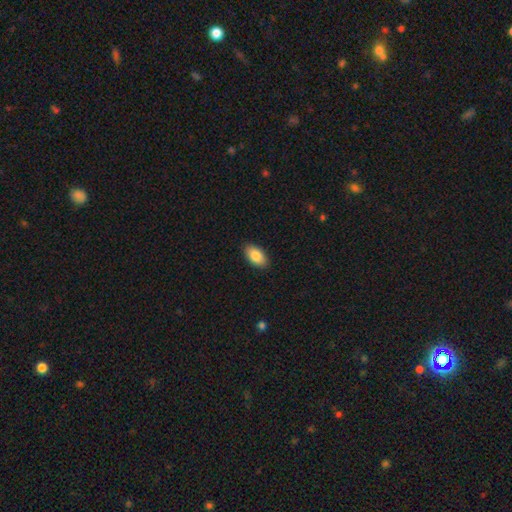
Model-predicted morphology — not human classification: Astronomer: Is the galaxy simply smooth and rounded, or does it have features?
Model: smooth — 86%.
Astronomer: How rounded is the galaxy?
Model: in between — 94%.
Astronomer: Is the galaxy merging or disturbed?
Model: none — 89%.